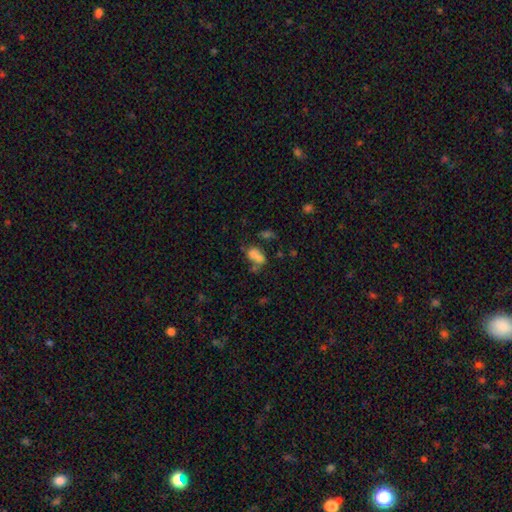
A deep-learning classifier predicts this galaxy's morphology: smooth-or-featured: smooth: 66% | featured or disk: 20% | star or artifact: 14%
  how-rounded: in between: 74% | round: 23% | cigar-shaped: 3%
  merging: merger: 54% | none: 25% | minor disturbance: 11% | major disturbance: 10%